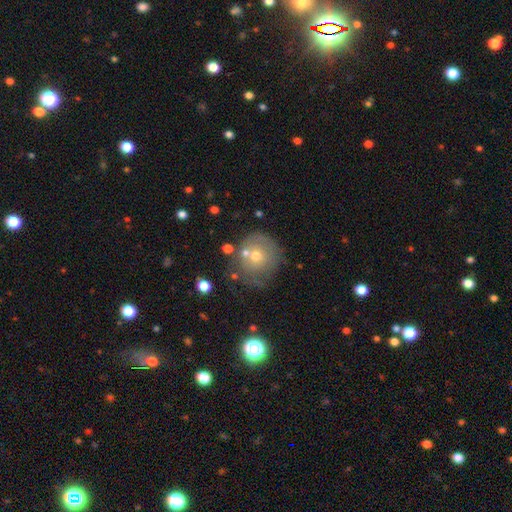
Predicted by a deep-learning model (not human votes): Smooth or featured?
  - smooth: 49% *
  - featured or disk: 37%
  - star or artifact: 13%
Merging?
  - none: 59% *
  - minor disturbance: 20%
  - merger: 11%
  - major disturbance: 10%